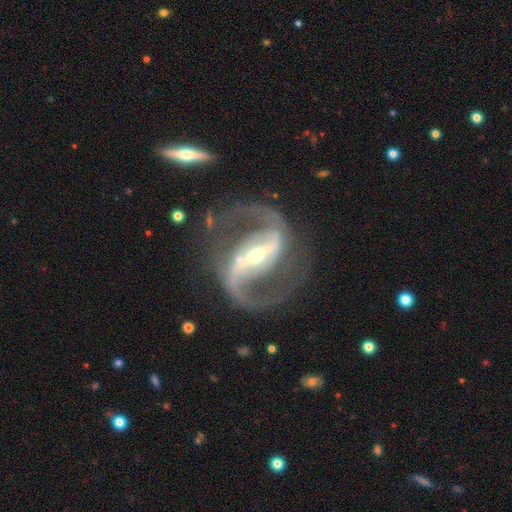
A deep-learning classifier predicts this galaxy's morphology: The model was most divided on "bulge size": small: 56%, moderate: 38%, large: 4%, none: 1%, dominant: 1%. More confident: spiral arms — yes (97%); edge-on disk — no (97%); spiral arm count — 2 (94%); smooth or featured — featured or disk (93%); merging — none (77%); bar — strong (75%); spiral winding — medium (58%).